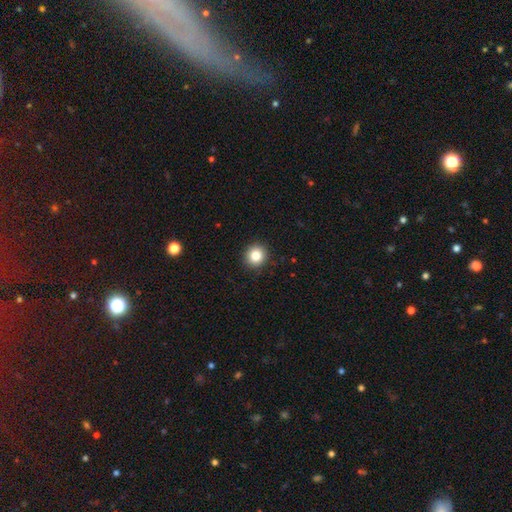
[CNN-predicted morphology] A smooth galaxy with no disk features (84%) that is round (91%). Merging: none (91%).